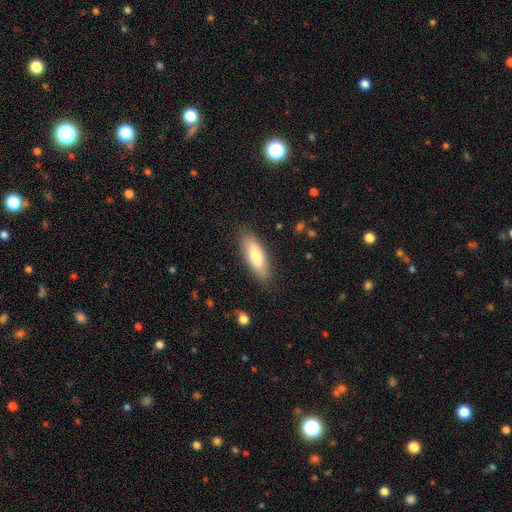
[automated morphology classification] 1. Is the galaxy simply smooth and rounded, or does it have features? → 72% smooth, 22% featured or disk, 6% star or artifact.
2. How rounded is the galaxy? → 67% in between, 31% cigar-shaped, 2% round.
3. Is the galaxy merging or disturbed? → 85% none, 12% minor disturbance, 3% major disturbance, 1% merger.